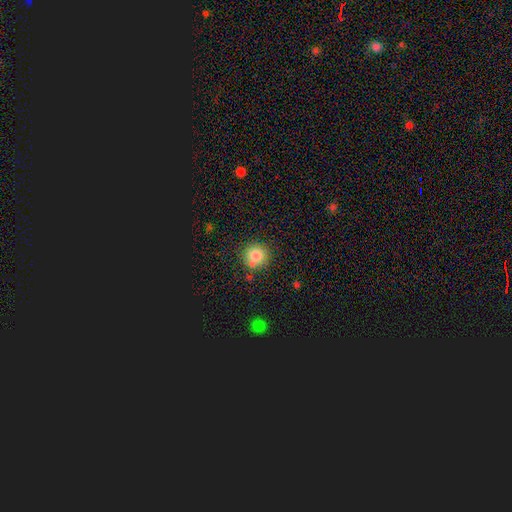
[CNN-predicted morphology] A smooth galaxy with no disk features (82%) that is round (90%). Merging: none (73%).